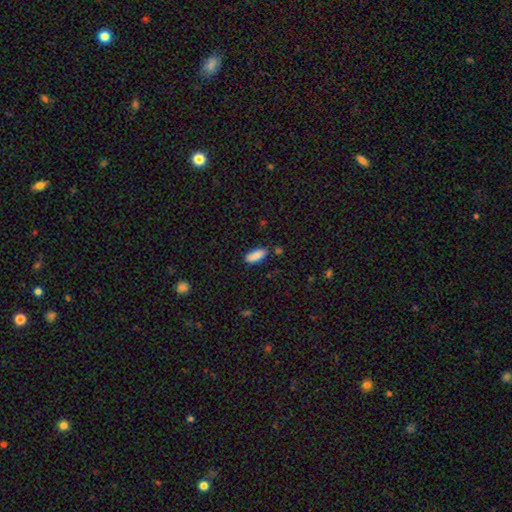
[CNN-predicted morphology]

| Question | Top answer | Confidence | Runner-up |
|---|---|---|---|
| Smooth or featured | smooth | 87% | featured or disk (7%) |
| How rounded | in between | 78% | cigar-shaped (20%) |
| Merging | none | 81% | minor disturbance (12%) |